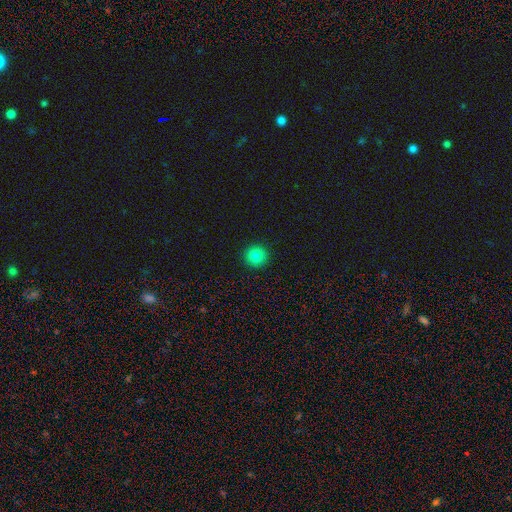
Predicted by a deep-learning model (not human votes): This appears to be a smooth galaxy with no disk features (83%) that is round (95%). Merging: none (93%).